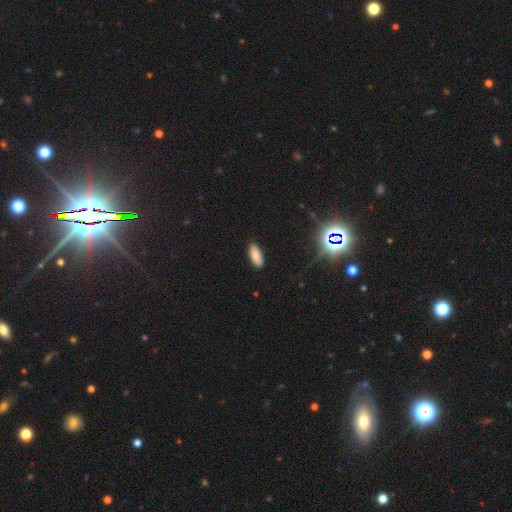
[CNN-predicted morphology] Q: Smooth or featured?
A: smooth (83%); runner-up: star or artifact (10%)
Q: How rounded?
A: in between (80%); runner-up: cigar-shaped (18%)
Q: Merging?
A: none (88%); runner-up: minor disturbance (9%)